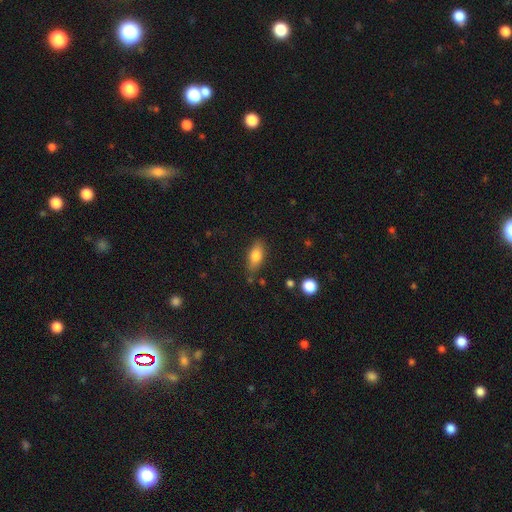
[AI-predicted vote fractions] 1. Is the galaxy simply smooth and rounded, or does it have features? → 76% smooth, 16% featured or disk, 8% star or artifact.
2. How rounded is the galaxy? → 82% in between, 14% cigar-shaped, 4% round.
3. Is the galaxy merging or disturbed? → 81% none, 13% minor disturbance, 3% major disturbance, 3% merger.